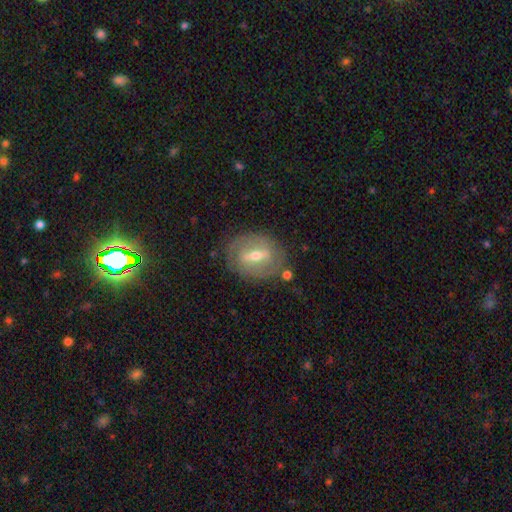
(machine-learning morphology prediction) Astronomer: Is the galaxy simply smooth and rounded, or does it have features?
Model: featured or disk — 70%.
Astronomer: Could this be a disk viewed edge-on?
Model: no — 90%.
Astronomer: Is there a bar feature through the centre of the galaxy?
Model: strong — 52% (runner-up: weak, 37%).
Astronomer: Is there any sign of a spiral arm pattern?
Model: yes — 59% (runner-up: no, 41%).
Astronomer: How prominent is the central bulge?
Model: moderate — 61%.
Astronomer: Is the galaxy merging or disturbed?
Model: none — 76%.